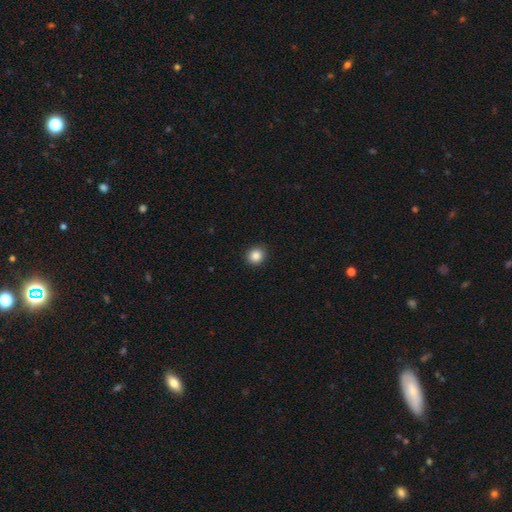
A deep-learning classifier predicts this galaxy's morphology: A smooth galaxy with no disk features (86%) that is round (83%).

Vote fractions:
- Smooth or featured? smooth: 86% / star or artifact: 10% / featured or disk: 4%
- How rounded? round: 83% / in between: 16% / cigar-shaped: 1%
- Merging? none: 92% / minor disturbance: 6% / major disturbance: 2% / merger: 1%